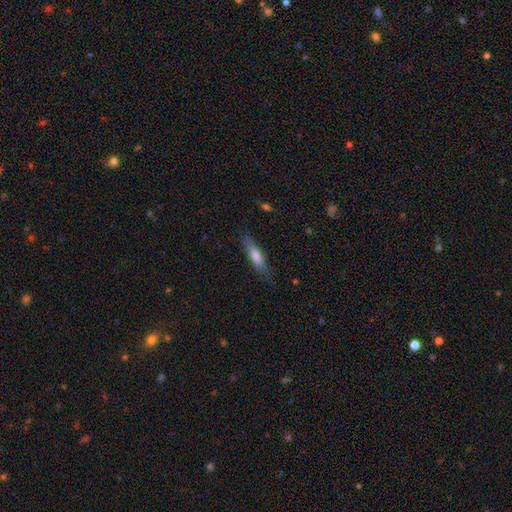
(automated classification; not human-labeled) A smooth galaxy with no disk features (67%) that is cigar-shaped (74%). Merging: none (78%).